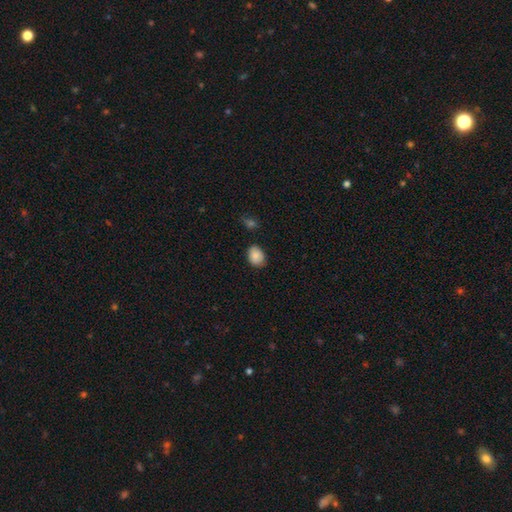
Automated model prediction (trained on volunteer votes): Smooth or featured? smooth (85%)
How rounded? in between (67%)
Merging? none (78%)